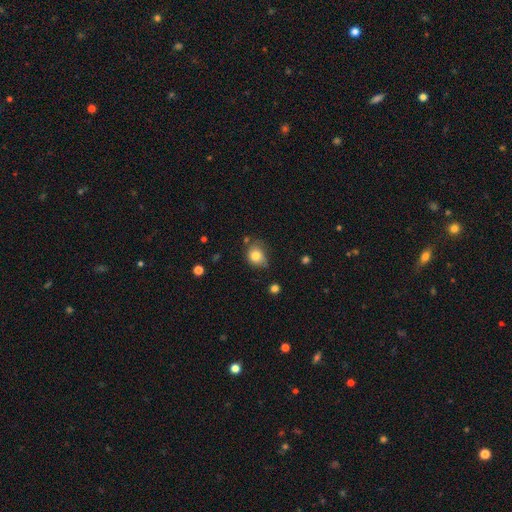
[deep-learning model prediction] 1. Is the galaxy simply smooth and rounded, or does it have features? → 81% smooth, 10% star or artifact, 9% featured or disk.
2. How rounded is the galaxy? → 61% round, 38% in between, 1% cigar-shaped.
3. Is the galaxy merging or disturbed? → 59% none, 30% minor disturbance, 7% major disturbance, 4% merger.